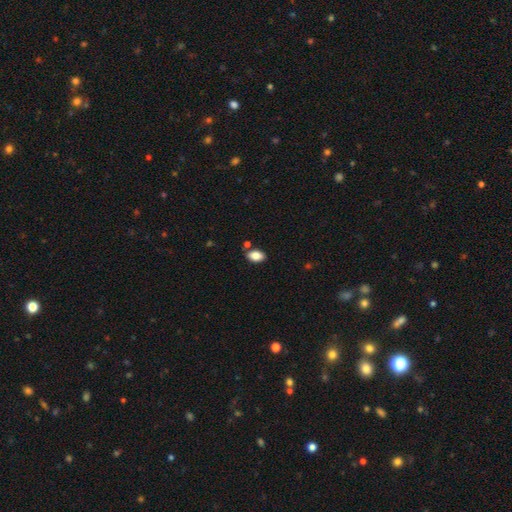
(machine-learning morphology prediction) smooth_or_featured: smooth (p=0.85) [alt: star or artifact p=0.08]
how_rounded: in between (p=0.91) [alt: round p=0.07]
merging: none (p=0.82) [alt: minor disturbance p=0.11]